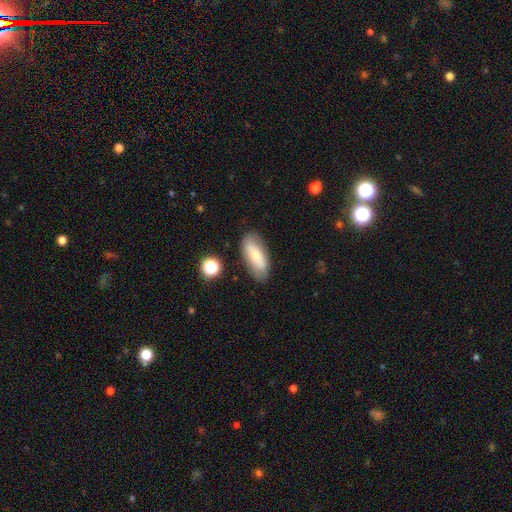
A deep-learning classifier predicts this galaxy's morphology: A smooth galaxy with no disk features (64%) that is in between round and cigar-shaped (79%). Merging: none (79%).